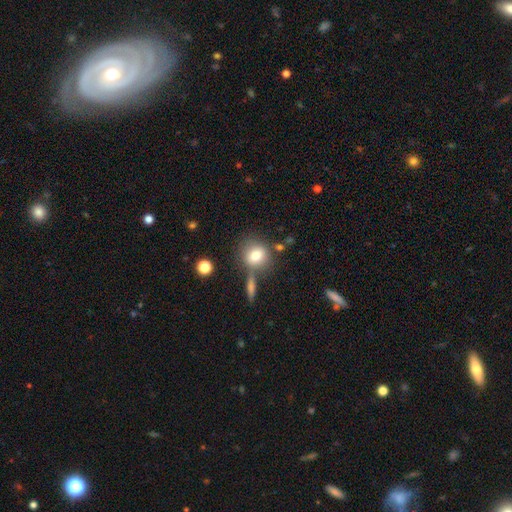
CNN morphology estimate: The model was most divided on "merging": none: 65%, merger: 17%, minor disturbance: 13%, major disturbance: 5%. More confident: smooth or featured — smooth (78%); how rounded — round (73%).